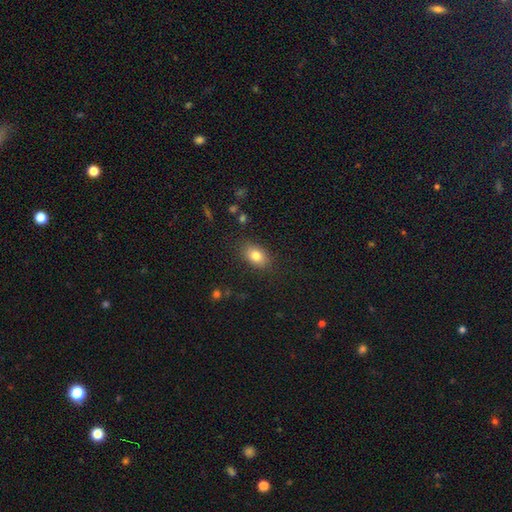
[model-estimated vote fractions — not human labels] Smooth or featured: smooth — 81% (featured or disk — 10%)
How rounded: in between — 85% (round — 13%)
Merging: none — 84% (minor disturbance — 11%)